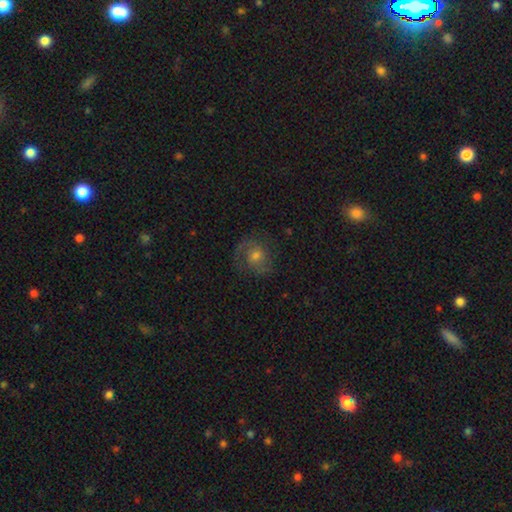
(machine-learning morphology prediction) Smooth or featured: featured or disk — 70% (smooth — 19%)
Edge-on disk: no — 98% (yes — 2%)
Bar: no — 64% (weak — 31%)
Spiral arms: yes — 92% (no — 8%)
Spiral winding: medium — 50% (tight — 29%)
Spiral arm count: 2 — 73% (1 — 11%)
Bulge size: moderate — 53% (small — 37%)
Merging: none — 73% (minor disturbance — 15%)